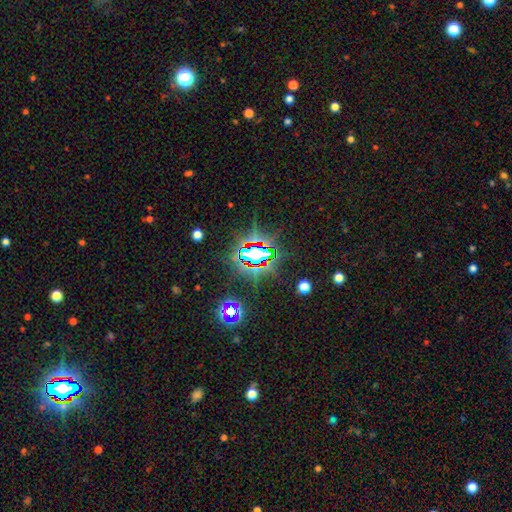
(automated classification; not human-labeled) Morphology: type=star or artifact (83%).